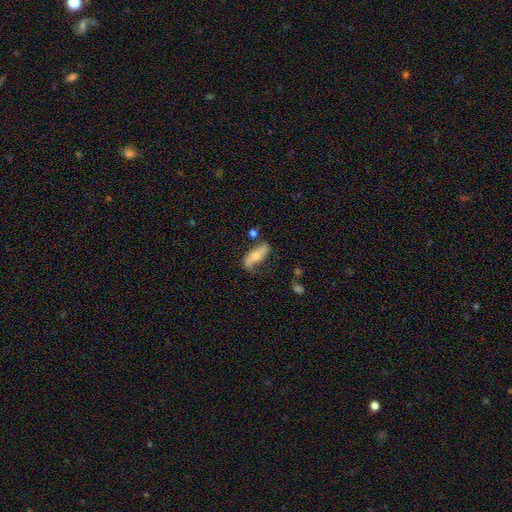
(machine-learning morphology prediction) A smooth galaxy with no disk features (54%) that is in between round and cigar-shaped (57%).

Vote fractions:
- Smooth or featured? smooth: 54% / featured or disk: 40% / star or artifact: 6%
- How rounded? in between: 57% / cigar-shaped: 40% / round: 3%
- Merging? none: 65% / minor disturbance: 23% / major disturbance: 7% / merger: 6%